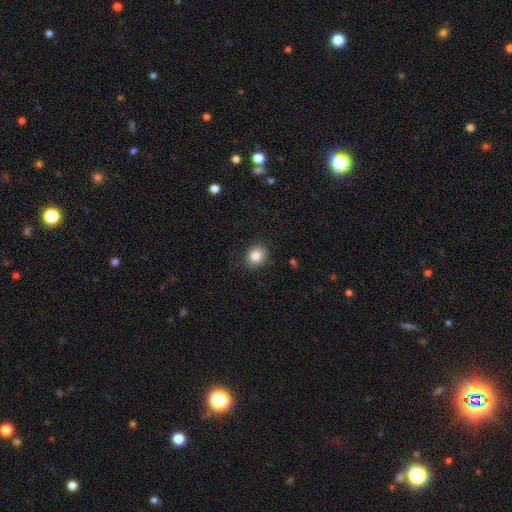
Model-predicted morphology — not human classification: Q: Smooth or featured?
A: smooth (84%); runner-up: star or artifact (10%)
Q: How rounded?
A: round (68%); runner-up: in between (31%)
Q: Merging?
A: none (87%); runner-up: minor disturbance (10%)